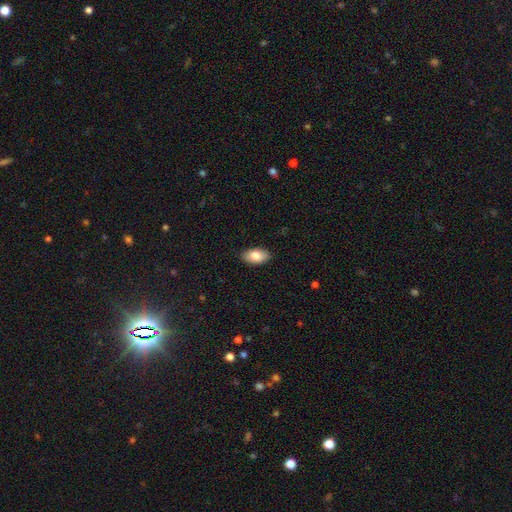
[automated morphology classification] A smooth galaxy with no disk features (84%) that is in between round and cigar-shaped (94%). Merging: none (88%).